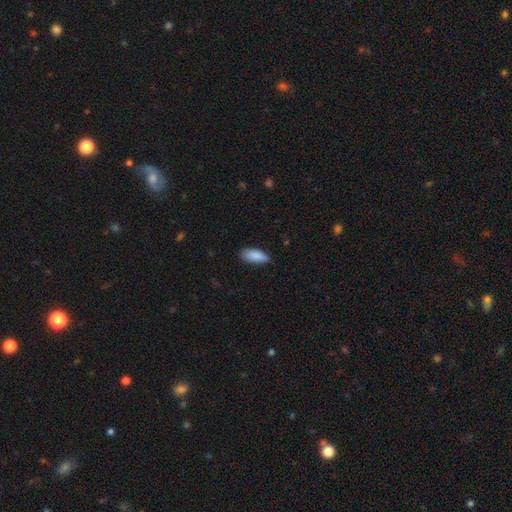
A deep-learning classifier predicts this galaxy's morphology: Overall: smooth (89%). How rounded: in between (84%). Merging: none (80%).